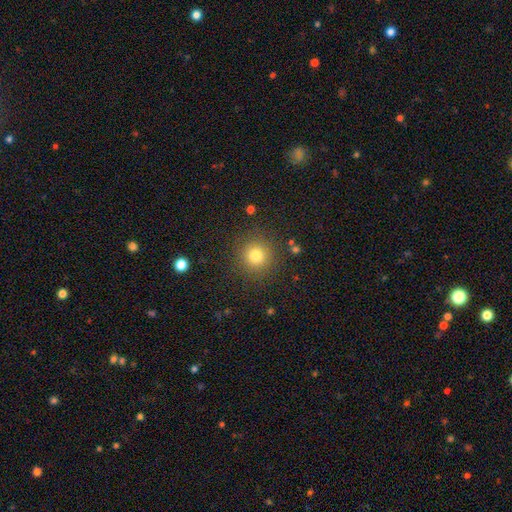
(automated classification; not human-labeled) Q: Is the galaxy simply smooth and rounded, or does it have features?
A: smooth — 80%.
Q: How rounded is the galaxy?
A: round — 94%.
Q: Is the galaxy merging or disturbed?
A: none — 88%.